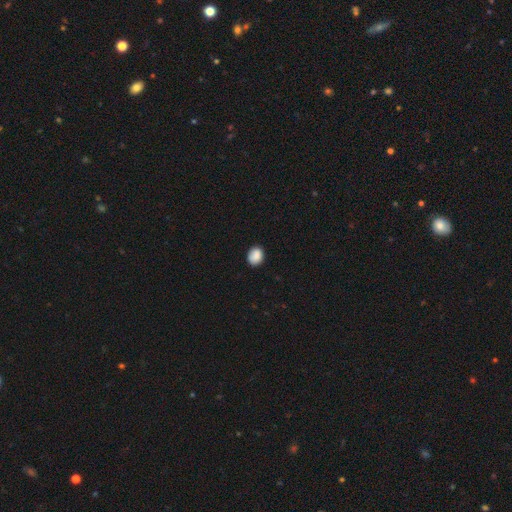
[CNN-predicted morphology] This appears to be a smooth galaxy with no disk features (87%) that is round (51%). Merging: none (83%).